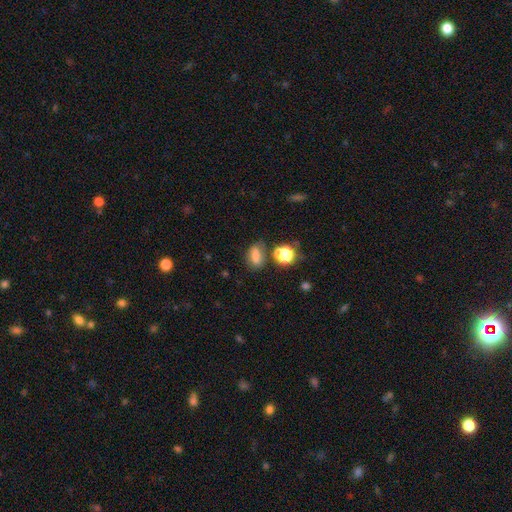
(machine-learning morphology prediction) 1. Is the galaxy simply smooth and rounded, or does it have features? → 72% smooth, 17% star or artifact, 12% featured or disk.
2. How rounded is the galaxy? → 71% in between, 21% round, 8% cigar-shaped.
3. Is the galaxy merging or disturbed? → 65% none, 18% minor disturbance, 11% merger, 6% major disturbance.